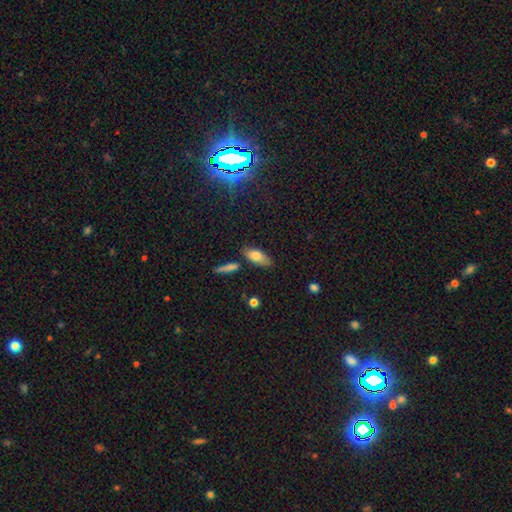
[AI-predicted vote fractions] Smooth or featured: smooth — 78% (featured or disk — 15%)
How rounded: in between — 84% (cigar-shaped — 13%)
Merging: none — 70% (minor disturbance — 19%)